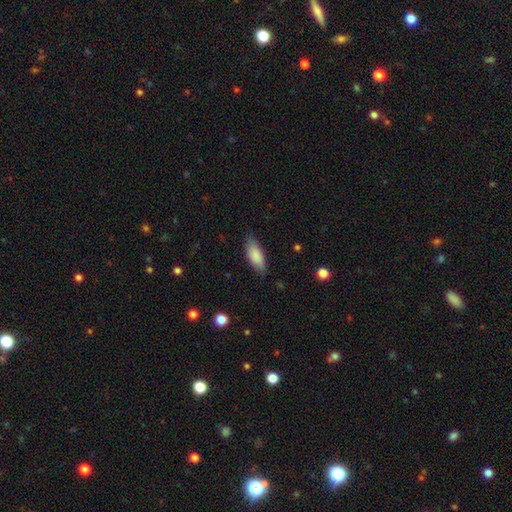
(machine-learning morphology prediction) Smooth or featured: smooth — 85% (featured or disk — 9%)
How rounded: in between — 80% (cigar-shaped — 18%)
Merging: none — 79% (minor disturbance — 17%)